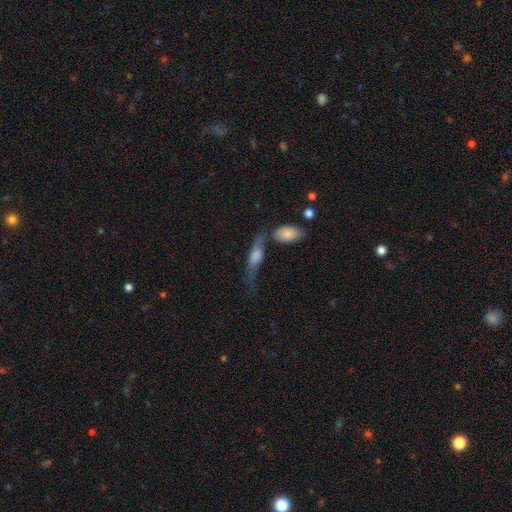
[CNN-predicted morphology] Smooth or featured?
  - smooth: 49% *
  - featured or disk: 43%
  - star or artifact: 8%
Merging?
  - none: 40% *
  - merger: 23%
  - minor disturbance: 20%
  - major disturbance: 17%